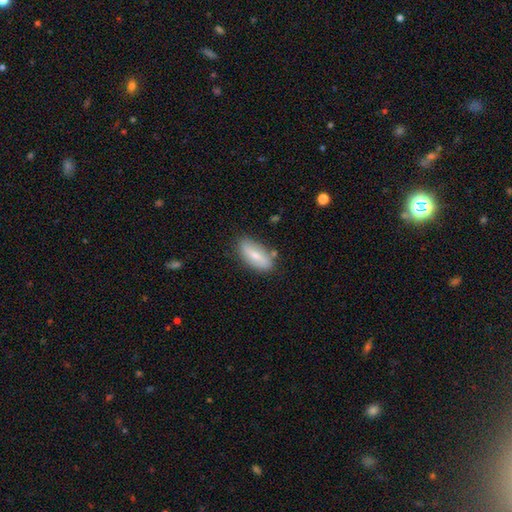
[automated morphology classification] A smooth galaxy with no disk features (61%) that is in between round and cigar-shaped (79%). Merging: none (79%).